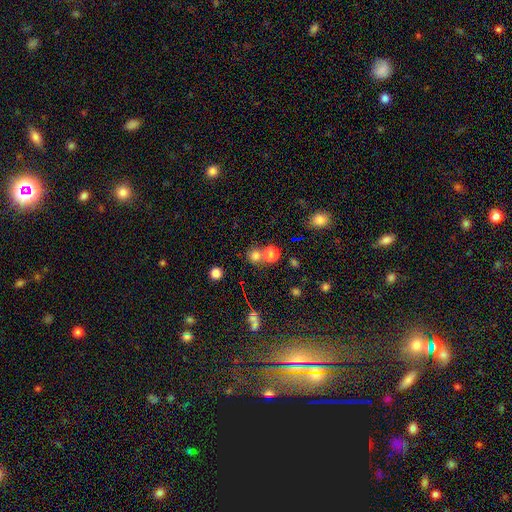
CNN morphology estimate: Smooth or featured? Predicted: smooth (p=0.74). How rounded? Predicted: round (p=0.90). Merging? Predicted: none (p=0.62).